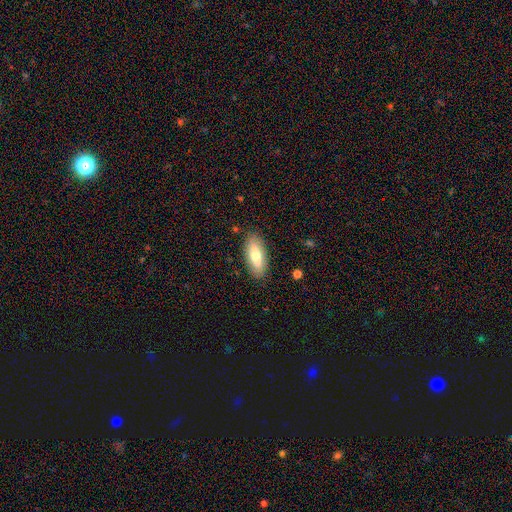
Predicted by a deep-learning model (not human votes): Overall: smooth (65%; featured or disk 28%). How rounded: in between (76%). Merging: none (86%).